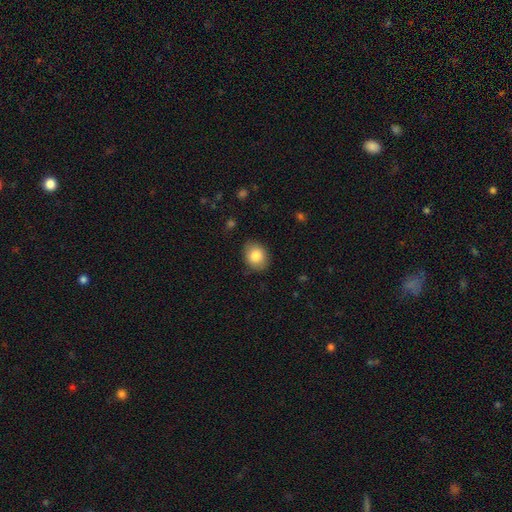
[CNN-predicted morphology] This is clearly a smooth galaxy (85%). How rounded: possibly in between (53%). Merging: clearly none (84%).